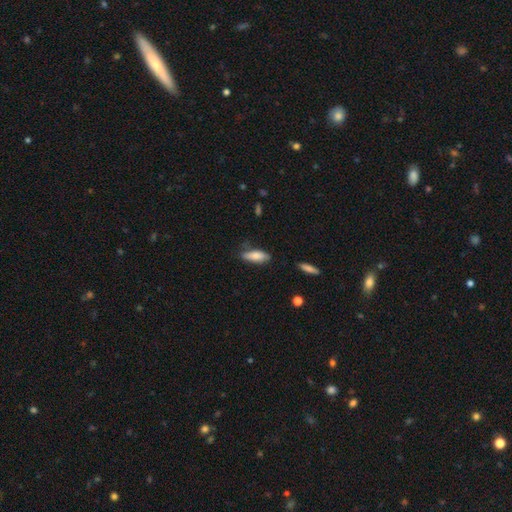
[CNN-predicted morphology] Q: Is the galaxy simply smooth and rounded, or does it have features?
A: smooth — 79%.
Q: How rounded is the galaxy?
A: in between — 65%.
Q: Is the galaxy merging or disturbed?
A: none — 67%.